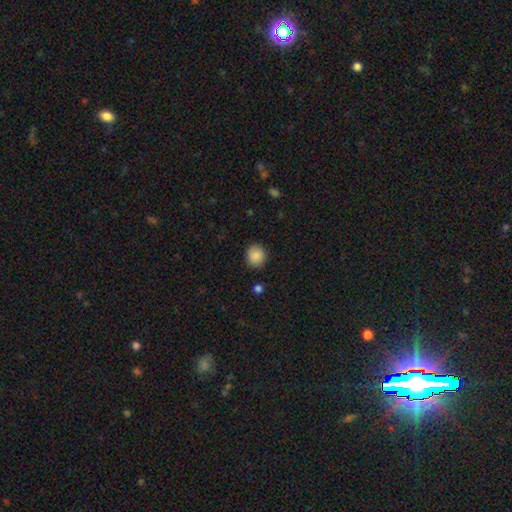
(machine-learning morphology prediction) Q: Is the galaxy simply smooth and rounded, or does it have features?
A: smooth — 88%.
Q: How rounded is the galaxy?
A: round — 84%.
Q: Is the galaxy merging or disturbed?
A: none — 89%.